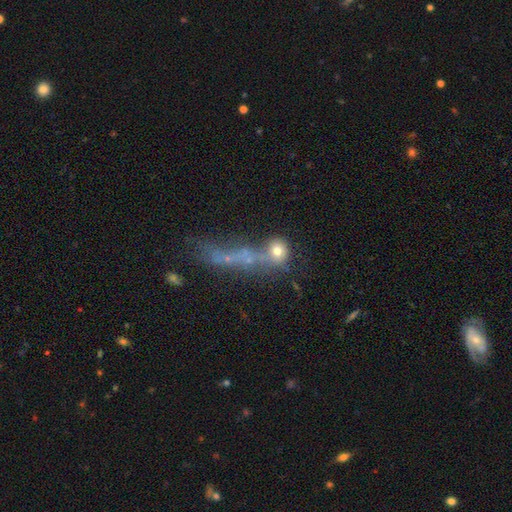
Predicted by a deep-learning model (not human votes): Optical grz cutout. It shows a smooth galaxy with no disk features (38%). Merging: none (40%).